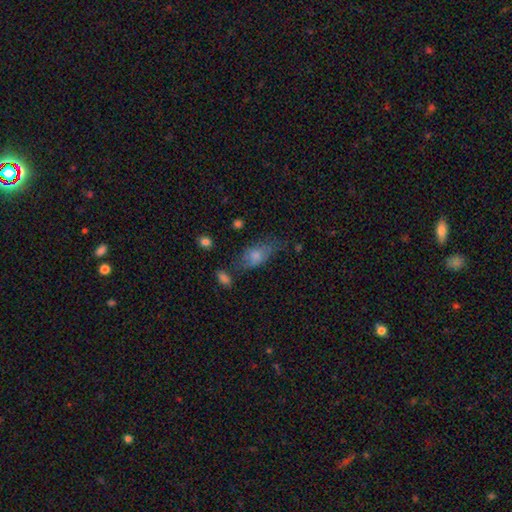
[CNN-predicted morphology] smooth-or-featured: smooth: 62% | featured or disk: 25% | star or artifact: 13%
  how-rounded: in between: 79% | cigar-shaped: 12% | round: 8%
  merging: none: 51% | minor disturbance: 28% | major disturbance: 14% | merger: 8%